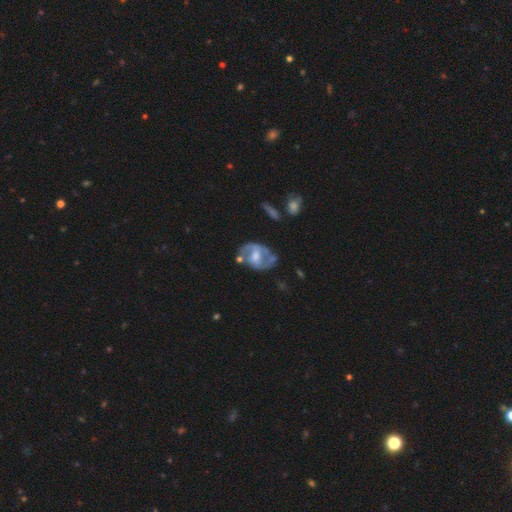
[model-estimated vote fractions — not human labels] smooth_or_featured: featured or disk (p=0.70) [alt: smooth p=0.24]
disk_edge_on: no (p=0.95) [alt: yes p=0.05]
bar: no (p=0.41) [alt: weak p=0.40]
has_spiral_arms: yes (p=0.61) [alt: no p=0.39]
bulge_size: moderate (p=0.61) [alt: small p=0.19]
merging: none (p=0.55) [alt: minor disturbance p=0.23]